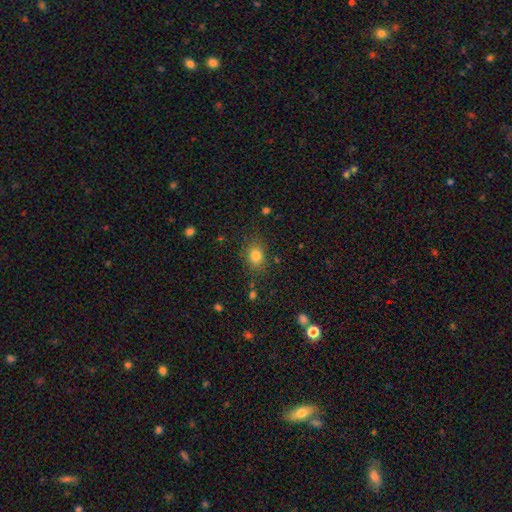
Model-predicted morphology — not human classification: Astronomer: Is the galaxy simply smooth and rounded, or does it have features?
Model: smooth — 80%.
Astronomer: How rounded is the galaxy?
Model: round — 50% (runner-up: in between, 49%).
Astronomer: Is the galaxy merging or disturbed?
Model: none — 80%.